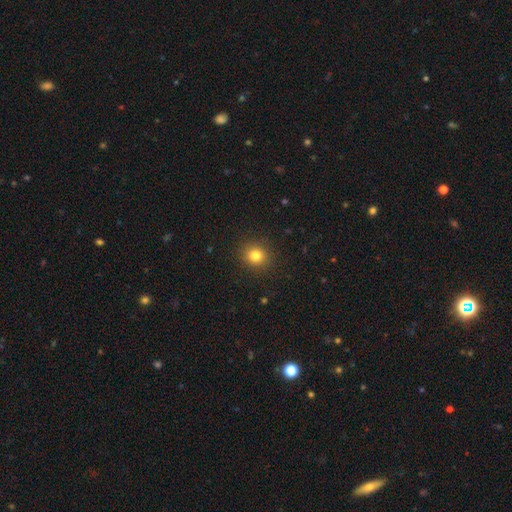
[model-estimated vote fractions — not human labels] Morphology: type=smooth (81%); roundness=round (85%); merging=none (90%).